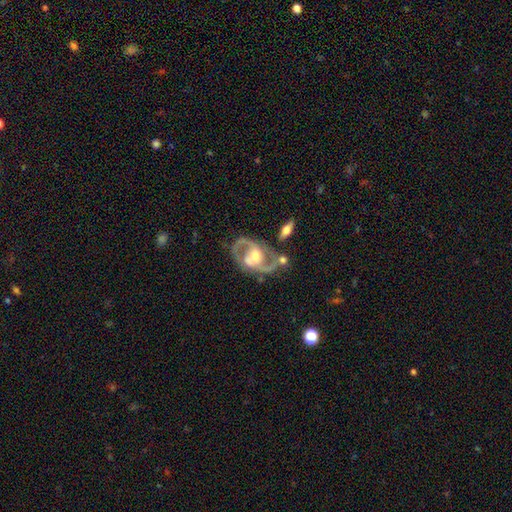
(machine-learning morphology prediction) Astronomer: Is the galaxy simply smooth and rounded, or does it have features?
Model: featured or disk — 87%.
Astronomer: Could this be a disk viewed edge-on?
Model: no — 96%.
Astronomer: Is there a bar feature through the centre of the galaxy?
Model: weak — 40% (runner-up: no, 36%).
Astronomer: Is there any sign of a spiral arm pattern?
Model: yes — 90%.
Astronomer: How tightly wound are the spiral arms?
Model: medium — 58%.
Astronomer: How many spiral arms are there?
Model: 2 — 87%.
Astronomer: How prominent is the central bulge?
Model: moderate — 62%.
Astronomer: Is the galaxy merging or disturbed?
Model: none — 58%.